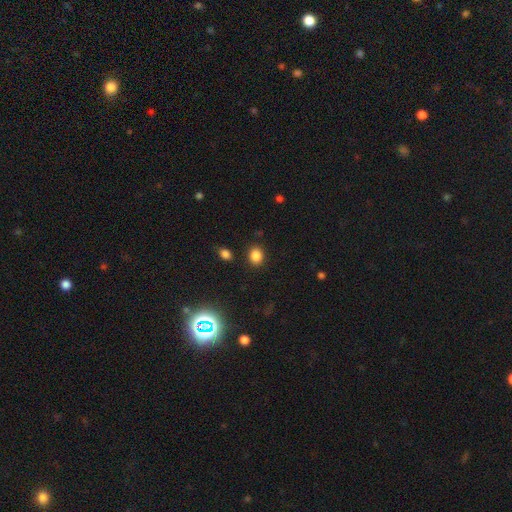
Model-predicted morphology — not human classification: Q: Smooth or featured?
A: smooth (83%); runner-up: star or artifact (12%)
Q: How rounded?
A: round (55%); runner-up: in between (44%)
Q: Merging?
A: none (87%); runner-up: minor disturbance (8%)